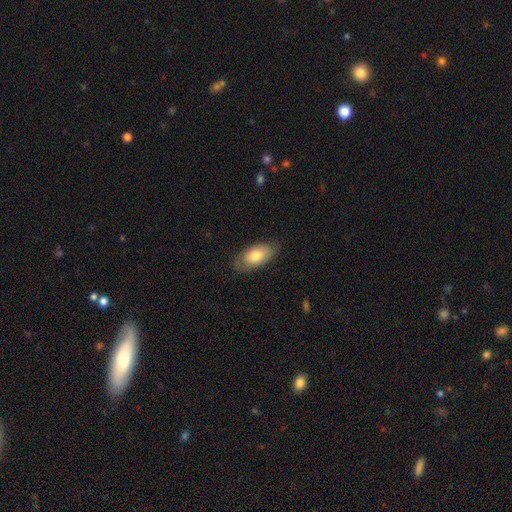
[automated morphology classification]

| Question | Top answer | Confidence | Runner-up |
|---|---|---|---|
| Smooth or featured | smooth | 74% | featured or disk (20%) |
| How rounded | in between | 93% | cigar-shaped (4%) |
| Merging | none | 78% | minor disturbance (17%) |